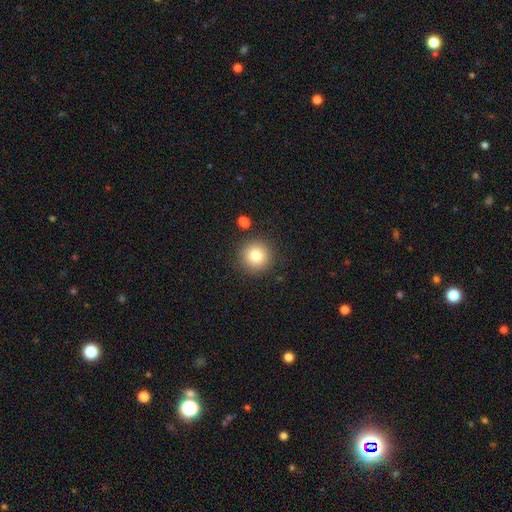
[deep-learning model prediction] Overall: smooth (80%). How rounded: round (95%). Merging: none (87%).